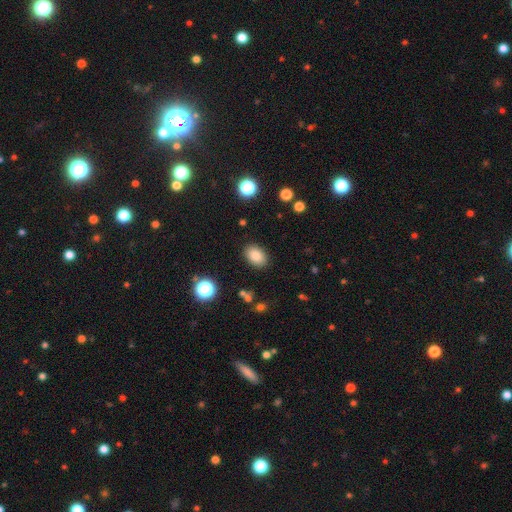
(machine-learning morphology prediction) This is clearly a smooth galaxy (85%). How rounded: clearly in between (81%). Merging: clearly none (87%).